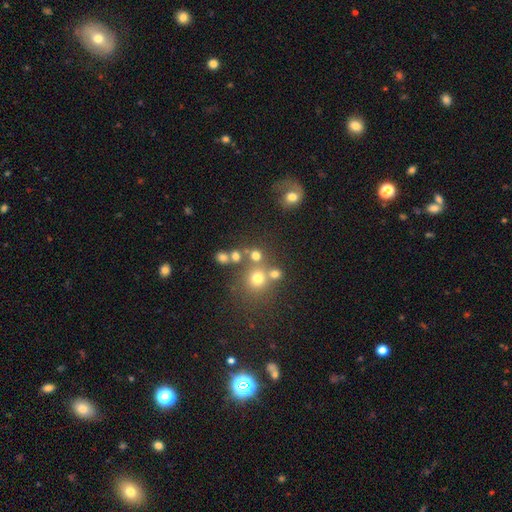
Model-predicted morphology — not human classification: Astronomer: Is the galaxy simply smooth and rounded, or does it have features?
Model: smooth — 67%.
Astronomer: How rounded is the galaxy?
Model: round — 85%.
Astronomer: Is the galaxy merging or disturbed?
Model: none — 62%.